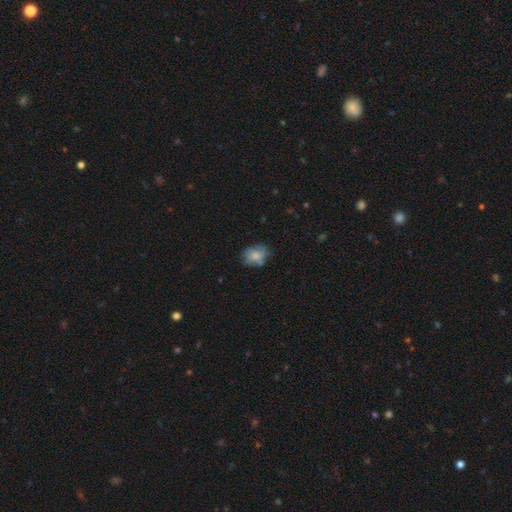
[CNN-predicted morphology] smooth 67%, featured or disk 24%, star or artifact 9%. Down the decision tree: how rounded — in between (58%); merging — none (62%).